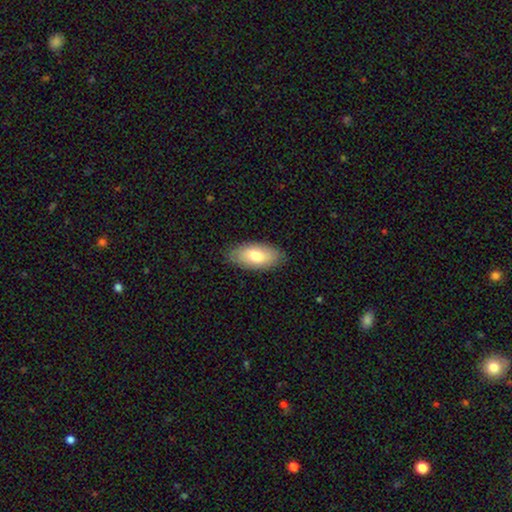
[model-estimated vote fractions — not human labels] Overall: smooth (74%). How rounded: in between (92%). Merging: none (85%).